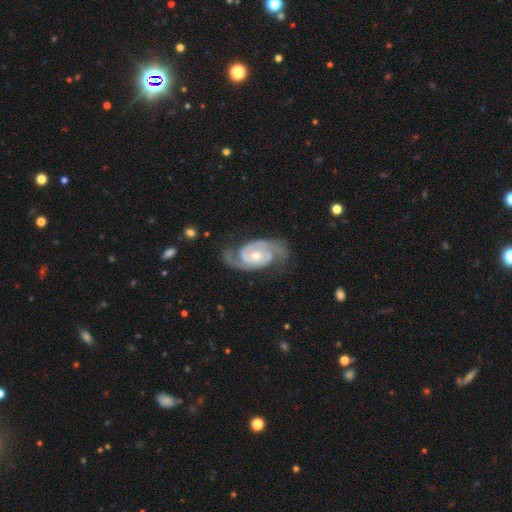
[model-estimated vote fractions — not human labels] smooth_or_featured: featured or disk (p=0.92) [alt: smooth p=0.04]
disk_edge_on: no (p=0.97) [alt: yes p=0.03]
bar: no (p=0.66) [alt: weak p=0.26]
has_spiral_arms: yes (p=0.98) [alt: no p=0.02]
spiral_winding: tight (p=0.49) [alt: medium p=0.42]
spiral_arm_count: 2 (p=0.90) [alt: 3 p=0.03]
bulge_size: moderate (p=0.49) [alt: small p=0.48]
merging: none (p=0.74) [alt: minor disturbance p=0.17]